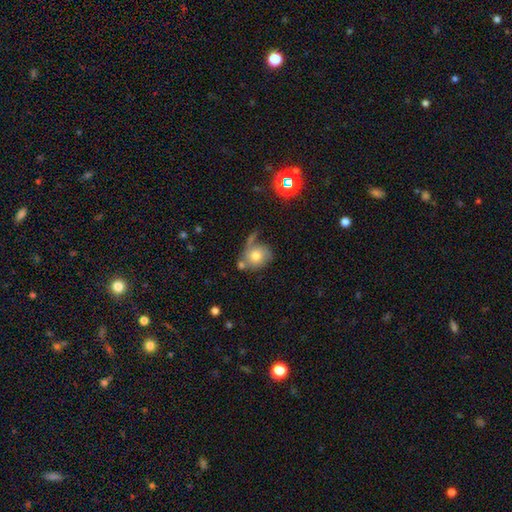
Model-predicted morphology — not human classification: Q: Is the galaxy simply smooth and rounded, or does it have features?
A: smooth — 59%.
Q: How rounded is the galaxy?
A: round — 68%.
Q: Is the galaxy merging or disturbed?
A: none — 40%.